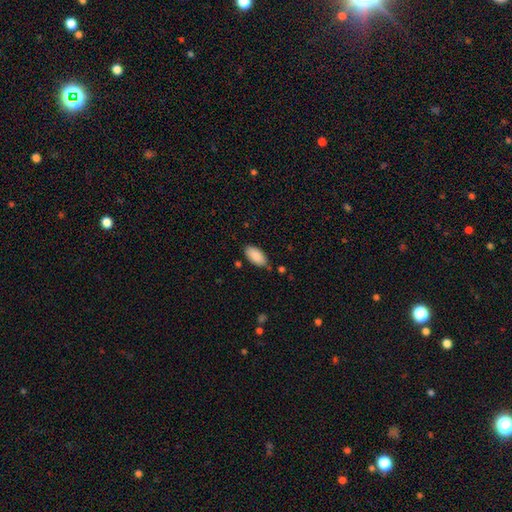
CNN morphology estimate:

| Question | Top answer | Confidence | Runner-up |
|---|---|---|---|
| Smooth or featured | smooth | 89% | star or artifact (6%) |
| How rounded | in between | 94% | cigar-shaped (4%) |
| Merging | none | 77% | minor disturbance (16%) |